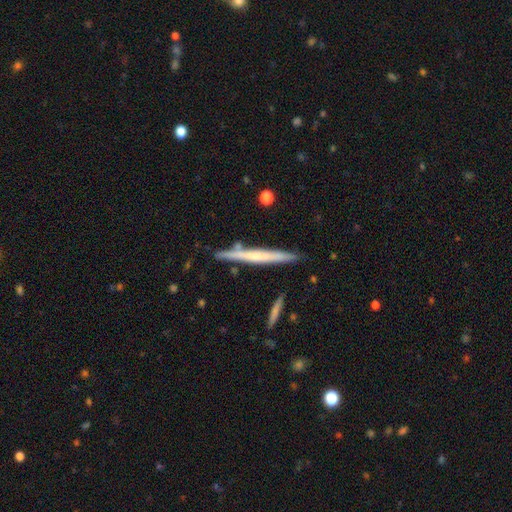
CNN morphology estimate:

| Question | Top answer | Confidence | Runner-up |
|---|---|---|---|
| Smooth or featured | featured or disk | 50% | smooth (44%) |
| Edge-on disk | yes | 96% | no (4%) |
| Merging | none | 84% | minor disturbance (11%) |